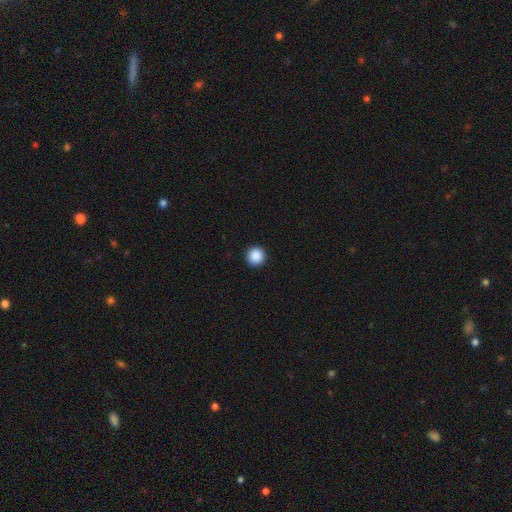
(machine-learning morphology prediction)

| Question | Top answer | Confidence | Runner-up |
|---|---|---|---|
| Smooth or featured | smooth | 89% | star or artifact (9%) |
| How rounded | round | 96% | in between (3%) |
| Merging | none | 94% | minor disturbance (4%) |